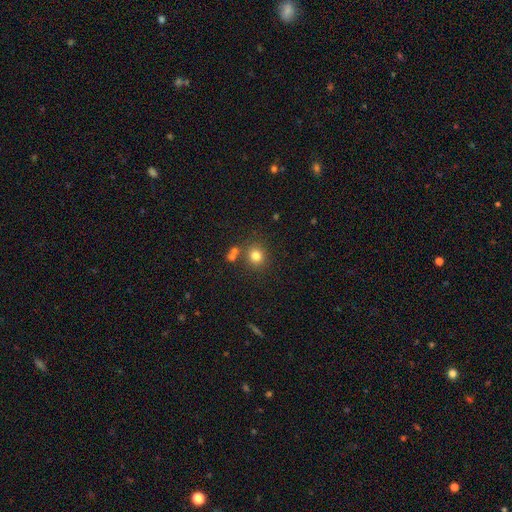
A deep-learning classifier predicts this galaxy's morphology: This is likely a smooth galaxy (79%). How rounded: clearly round (86%). Merging: likely none (75%).